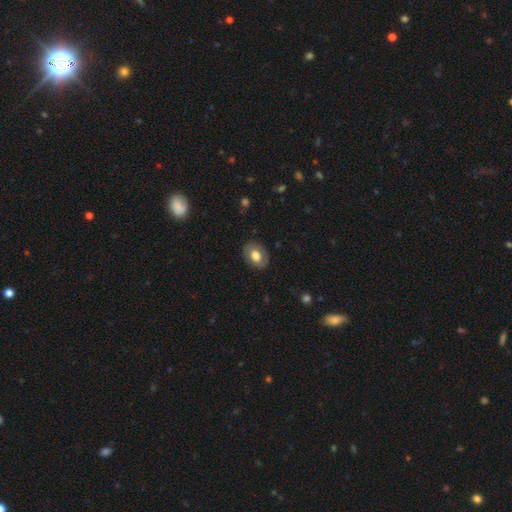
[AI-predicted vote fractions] Overall: smooth (70%). How rounded: in between (73%). Merging: none (85%).